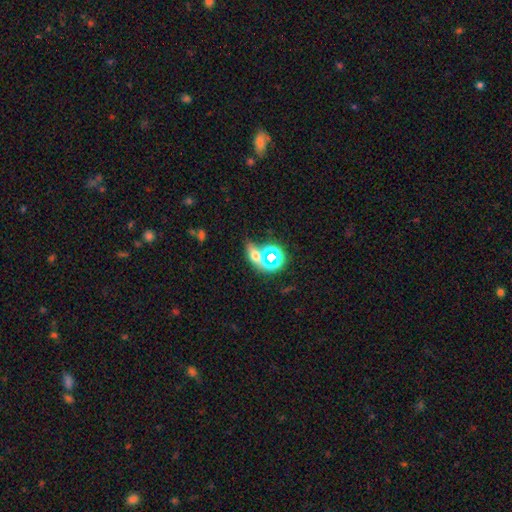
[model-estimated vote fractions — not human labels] This appears to be a smooth galaxy with no disk features (45%). Merging: none (57%).